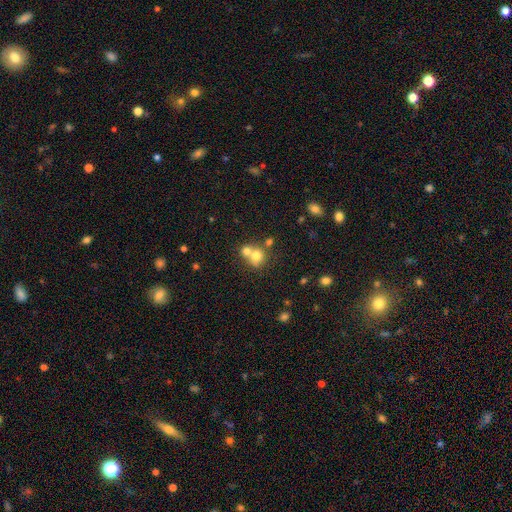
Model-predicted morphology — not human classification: Smooth or featured: smooth — 72% (featured or disk — 16%)
How rounded: round — 79% (in between — 20%)
Merging: merger — 57% (none — 34%)